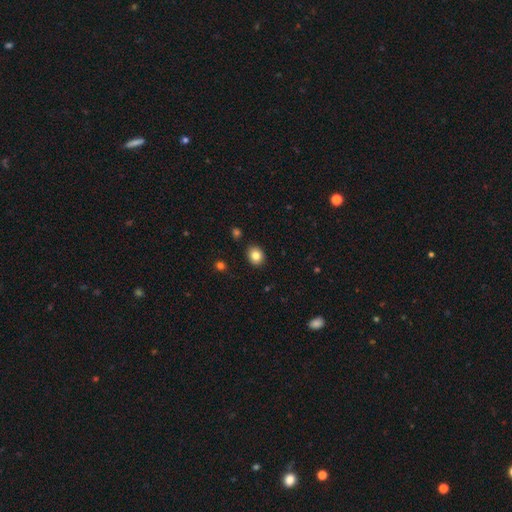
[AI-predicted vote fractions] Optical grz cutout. It shows a smooth galaxy with no disk features (83%) that is round (56%). Merging: none (89%).